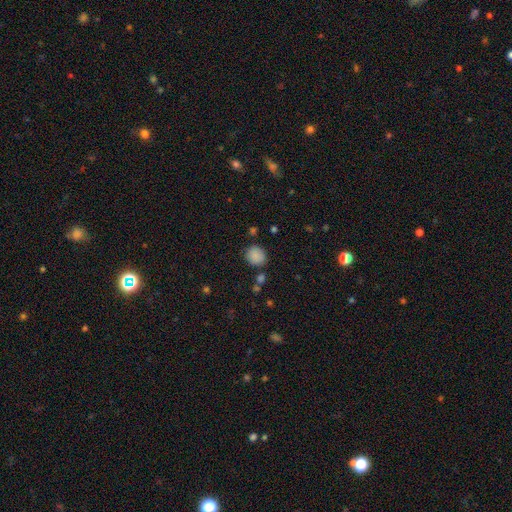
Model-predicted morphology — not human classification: This appears to be a smooth galaxy with no disk features (86%) that is round (71%). Merging: none (79%).